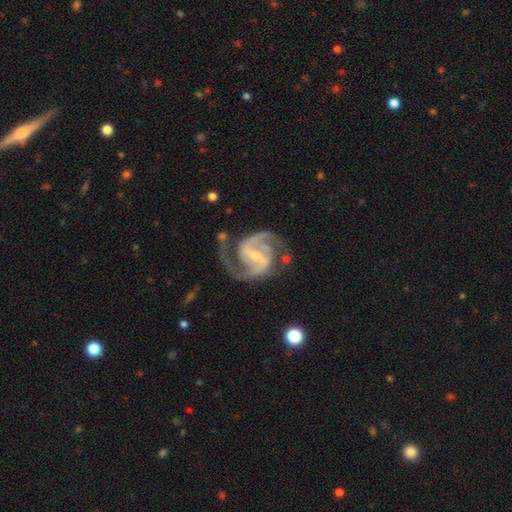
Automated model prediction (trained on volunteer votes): Smooth or featured? Predicted: featured or disk (p=0.93). Edge-on disk? Predicted: no (p=0.98). Bar? Predicted: strong (p=0.50). Spiral arms? Predicted: yes (p=0.98). Spiral winding? Predicted: medium (p=0.64). Spiral arm count? Predicted: 2 (p=0.92). Bulge size? Predicted: small (p=0.66). Merging? Predicted: none (p=0.72).